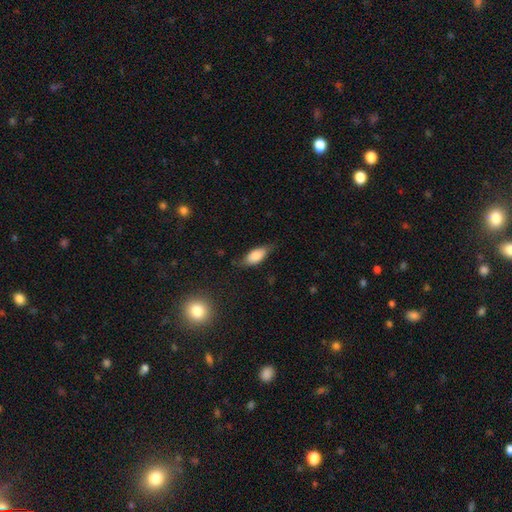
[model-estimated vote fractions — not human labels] This appears to be a smooth galaxy with no disk features (78%) that is in between round and cigar-shaped (82%). Merging: none (67%).